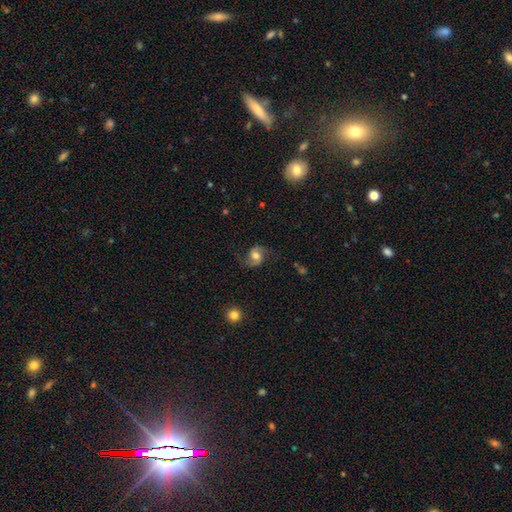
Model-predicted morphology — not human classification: type=featured or disk (76%); edge-on=no (98%); bar=no (50%); spiral arms=yes (95%); winding=loose (51%); arm count=2 (93%); bulge=moderate (68%); merging=none (75%).